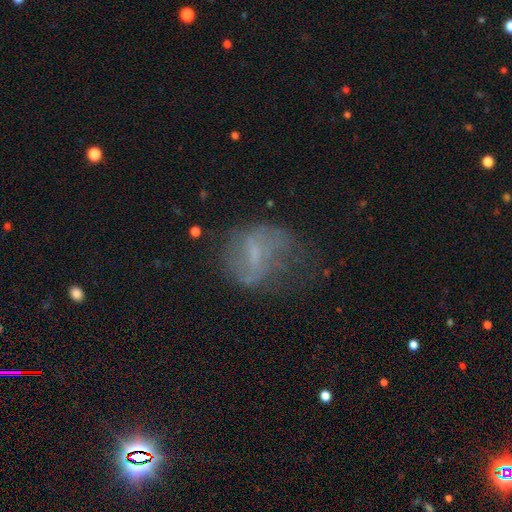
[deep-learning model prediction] Smooth or featured? Predicted: featured or disk (p=0.52). Edge-on disk? Predicted: no (p=0.95). Merging? Predicted: none (p=0.43).